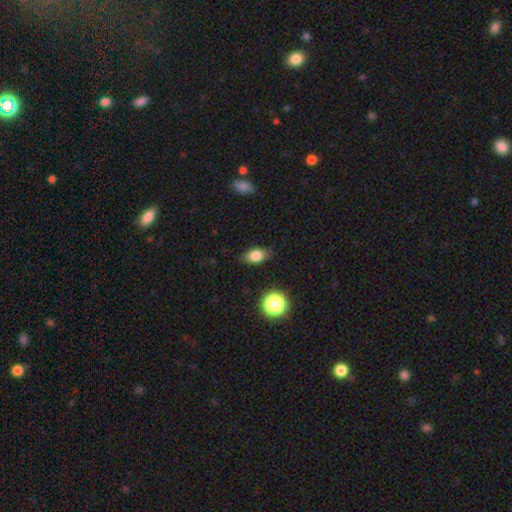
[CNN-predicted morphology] Smooth or featured?
  - smooth: 80% *
  - star or artifact: 10%
  - featured or disk: 9%
How rounded?
  - in between: 82% *
  - round: 15%
  - cigar-shaped: 3%
Merging?
  - none: 82% *
  - minor disturbance: 13%
  - major disturbance: 3%
  - merger: 1%